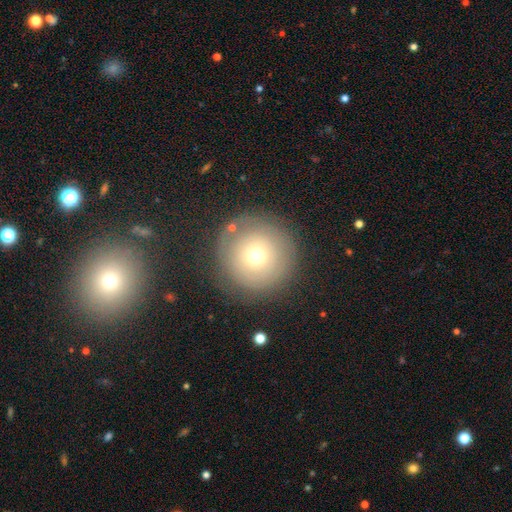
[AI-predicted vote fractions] Smooth or featured: smooth — 60% (featured or disk — 28%)
How rounded: round — 95% (in between — 4%)
Merging: none — 79% (minor disturbance — 12%)